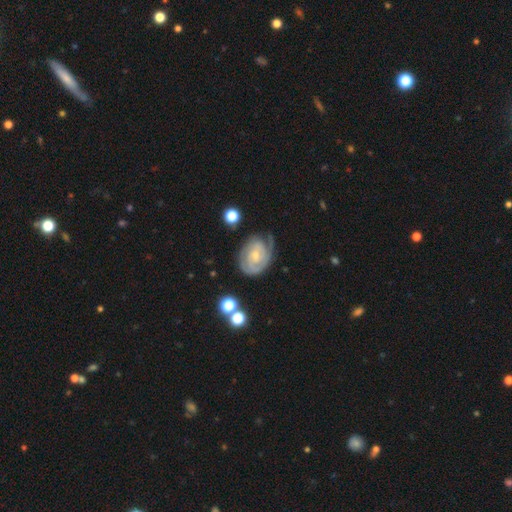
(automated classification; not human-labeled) The model was most divided on "spiral arm count": 2: 42%, can't tell: 28%, 3: 16%, 1: 7%, 4: 4%, more than 4: 3%. More confident: edge-on disk — no (97%); spiral arms — yes (94%); smooth or featured — featured or disk (82%); bulge size — small (67%); spiral winding — tight (67%); merging — none (63%); bar — no (62%).